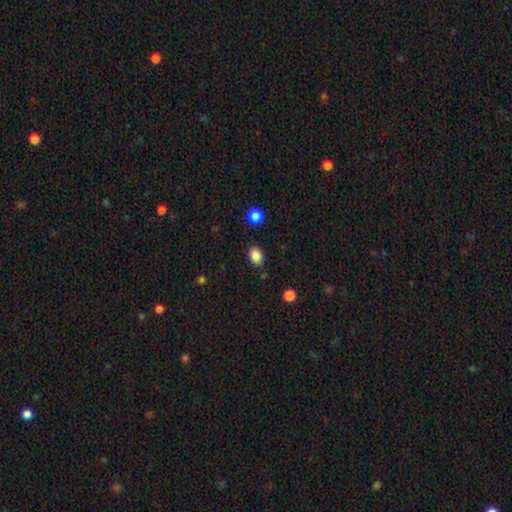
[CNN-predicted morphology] smooth-or-featured: smooth: 86% | star or artifact: 10% | featured or disk: 4%
  how-rounded: in between: 62% | round: 37% | cigar-shaped: 1%
  merging: none: 83% | minor disturbance: 12% | major disturbance: 3% | merger: 2%